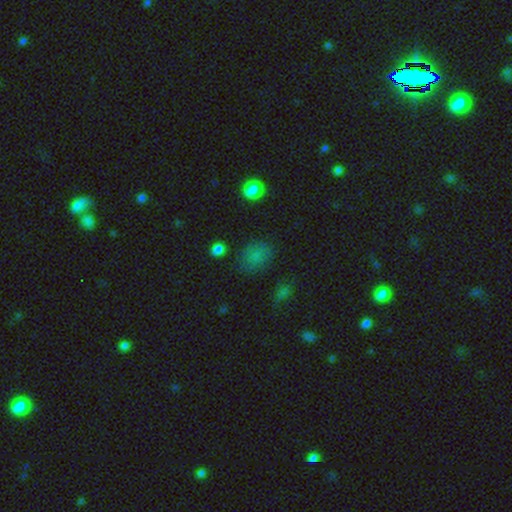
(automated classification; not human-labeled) This is likely a smooth galaxy (77%). How rounded: possibly in between (57%). Merging: likely none (75%).